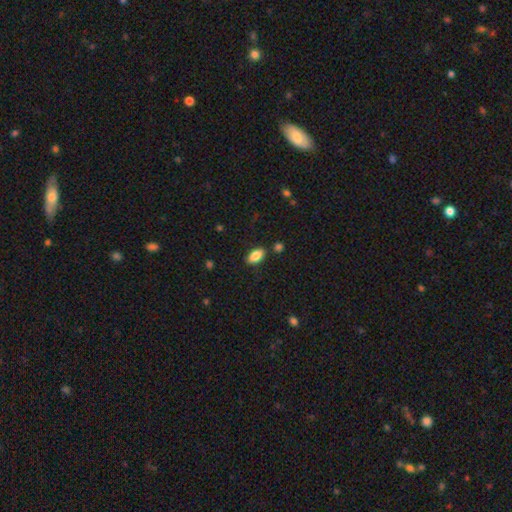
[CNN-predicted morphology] Smooth or featured?
  - smooth: 85% *
  - featured or disk: 8%
  - star or artifact: 7%
How rounded?
  - in between: 92% *
  - cigar-shaped: 5%
  - round: 3%
Merging?
  - none: 85% *
  - minor disturbance: 10%
  - merger: 3%
  - major disturbance: 2%